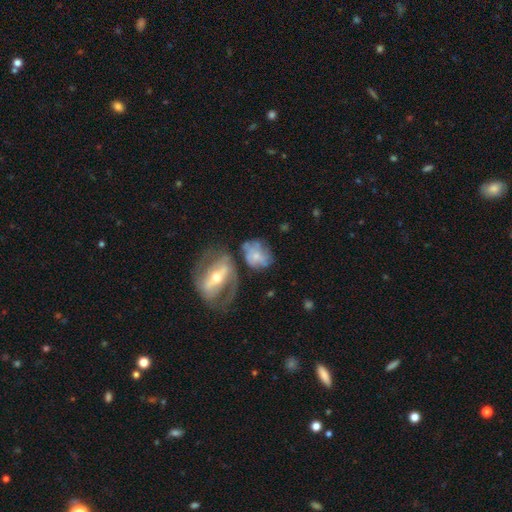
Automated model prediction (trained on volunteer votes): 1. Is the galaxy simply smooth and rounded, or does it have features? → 57% featured or disk, 35% smooth, 8% star or artifact.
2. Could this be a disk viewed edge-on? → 95% no, 5% yes.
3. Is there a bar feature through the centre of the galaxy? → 62% no, 26% weak, 11% strong.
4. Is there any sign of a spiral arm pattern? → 60% yes, 40% no.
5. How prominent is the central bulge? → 46% small, 42% moderate, 6% none, 4% large, 2% dominant.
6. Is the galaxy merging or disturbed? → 39% none, 24% merger, 19% minor disturbance, 17% major disturbance.